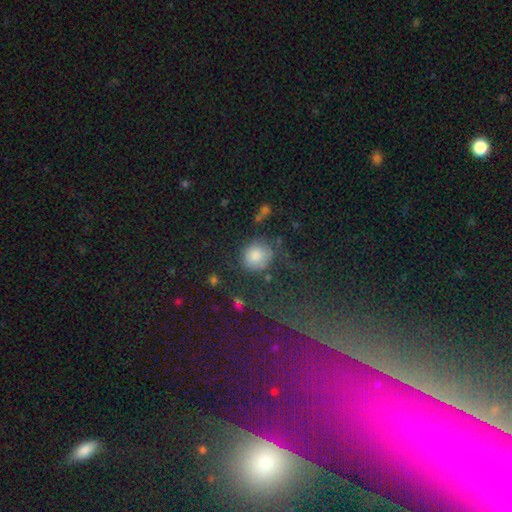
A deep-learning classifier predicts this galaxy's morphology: The model was most divided on "merging": none: 67%, minor disturbance: 19%, major disturbance: 8%, merger: 6%. More confident: how rounded — round (82%); smooth or featured — smooth (79%).